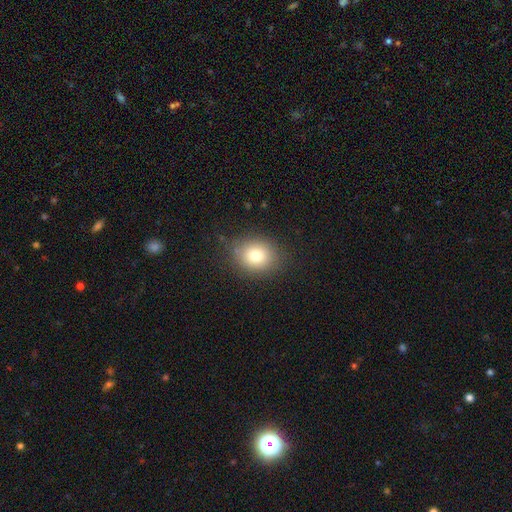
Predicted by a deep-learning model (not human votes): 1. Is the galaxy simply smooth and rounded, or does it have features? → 77% smooth, 12% star or artifact, 11% featured or disk.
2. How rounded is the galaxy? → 60% round, 39% in between, 1% cigar-shaped.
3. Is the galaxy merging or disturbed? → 83% none, 12% minor disturbance, 4% major disturbance, 1% merger.